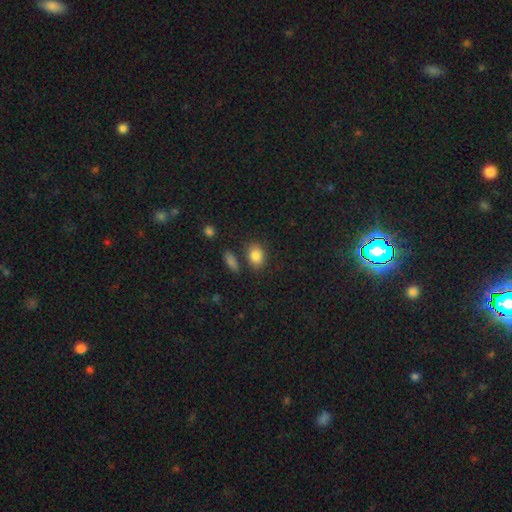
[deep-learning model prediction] Smooth or featured: smooth — 85% (star or artifact — 9%)
How rounded: in between — 67% (round — 31%)
Merging: none — 76% (minor disturbance — 12%)